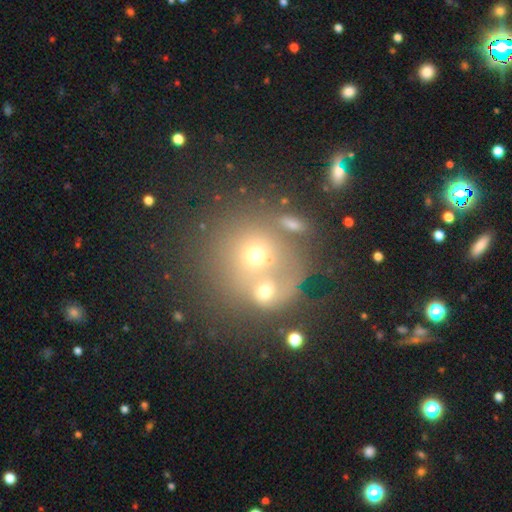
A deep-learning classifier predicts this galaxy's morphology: This is possibly a smooth galaxy (59%). How rounded: clearly round (82%). Merging: possibly merger (49%).